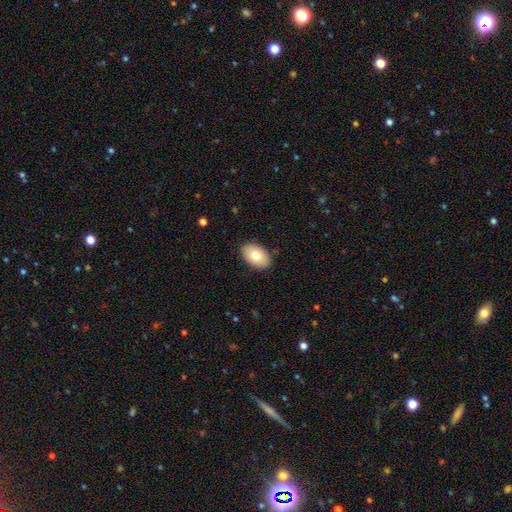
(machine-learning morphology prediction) type=smooth (77%); roundness=in between (89%); merging=none (88%).